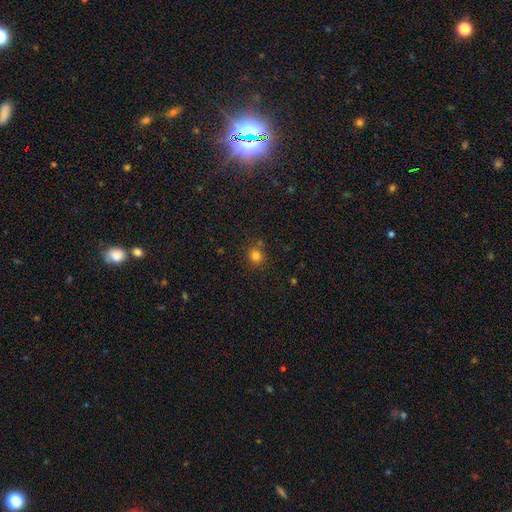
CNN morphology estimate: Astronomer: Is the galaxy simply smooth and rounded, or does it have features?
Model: smooth — 81%.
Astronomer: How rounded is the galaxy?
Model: round — 85%.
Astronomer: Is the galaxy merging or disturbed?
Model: none — 79%.